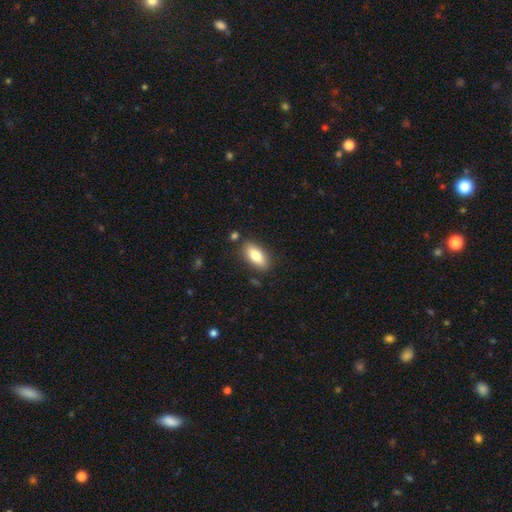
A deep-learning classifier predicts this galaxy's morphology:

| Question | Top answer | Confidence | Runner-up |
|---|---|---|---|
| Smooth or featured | smooth | 79% | featured or disk (14%) |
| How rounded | in between | 87% | cigar-shaped (11%) |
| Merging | none | 84% | minor disturbance (10%) |